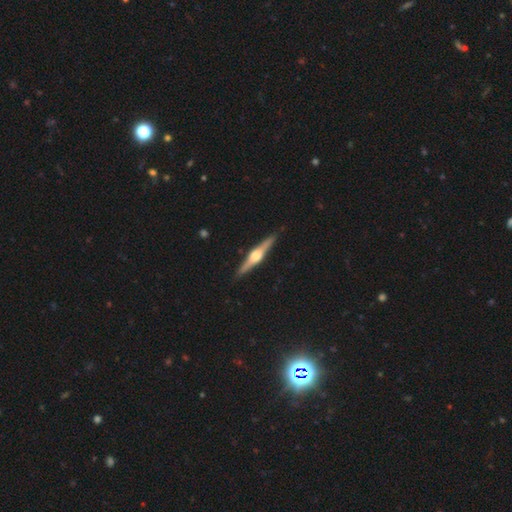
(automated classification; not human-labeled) This is clearly a featured or disk galaxy (81%). It is clearly viewed edge-on (98%). Edge-on bulge: clearly rounded (93%). Merging: clearly none (91%).